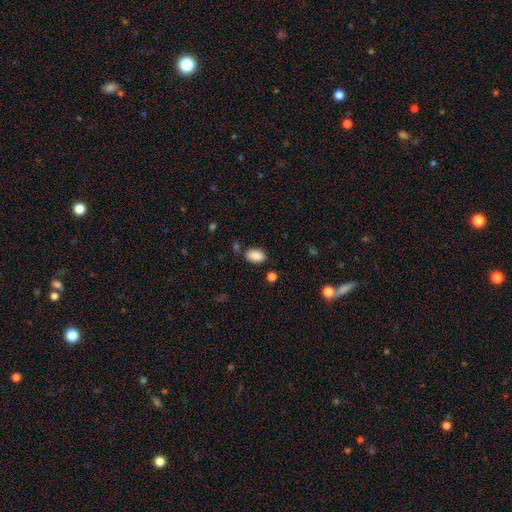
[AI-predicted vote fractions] smooth 88%, star or artifact 8%, featured or disk 4%. Down the decision tree: how rounded — in between (91%); merging — none (81%).